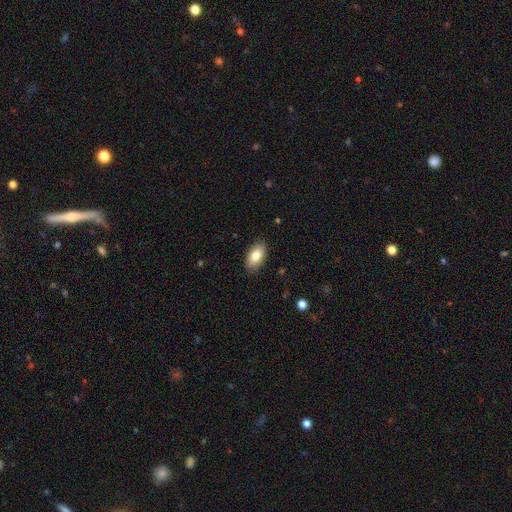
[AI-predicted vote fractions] A smooth galaxy with no disk features (82%) that is in between round and cigar-shaped (94%).

Vote fractions:
- Smooth or featured? smooth: 82% / featured or disk: 11% / star or artifact: 7%
- How rounded? in between: 94% / round: 4% / cigar-shaped: 2%
- Merging? none: 88% / minor disturbance: 9% / major disturbance: 2% / merger: 1%